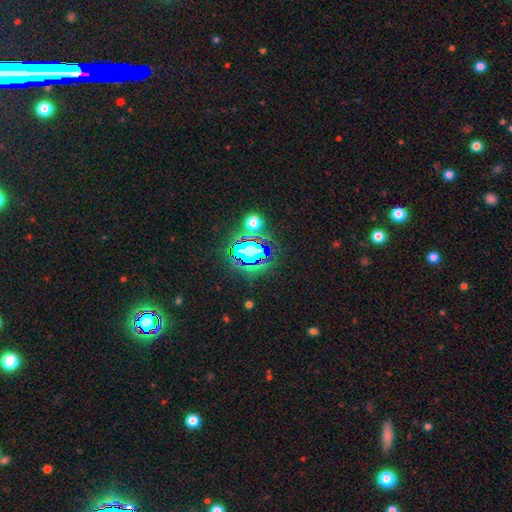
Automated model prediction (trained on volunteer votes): A star or artifact, not a galaxy (78%).